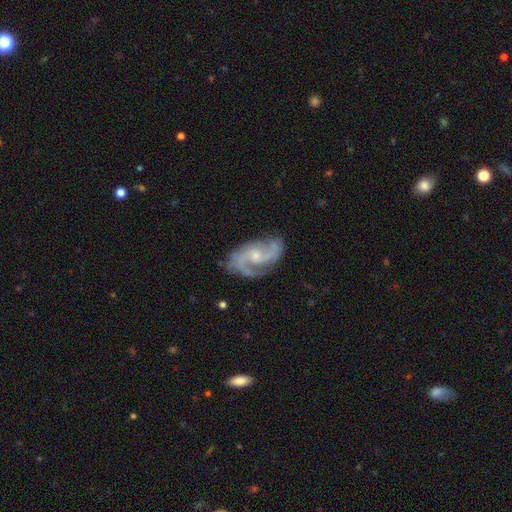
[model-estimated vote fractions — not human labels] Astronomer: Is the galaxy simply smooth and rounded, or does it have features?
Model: featured or disk — 89%.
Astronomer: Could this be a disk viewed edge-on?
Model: no — 97%.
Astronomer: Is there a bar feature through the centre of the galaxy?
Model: no — 54% (runner-up: weak, 39%).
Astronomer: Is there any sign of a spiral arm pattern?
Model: yes — 98%.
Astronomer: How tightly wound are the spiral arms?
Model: medium — 56%.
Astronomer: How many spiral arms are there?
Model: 2 — 82%.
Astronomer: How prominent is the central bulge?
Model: small — 52% (runner-up: moderate, 40%).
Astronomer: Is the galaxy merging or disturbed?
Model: none — 71%.